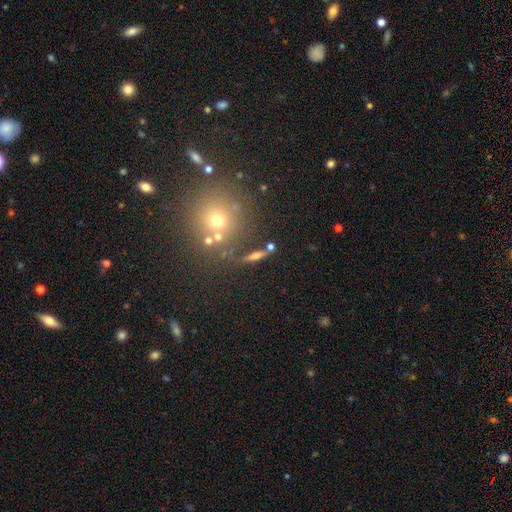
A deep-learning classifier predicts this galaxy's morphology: smooth_or_featured: smooth (p=0.50) [alt: featured or disk p=0.35]
how_rounded: cigar-shaped (p=0.63) [alt: in between p=0.26]
merging: none (p=0.75) [alt: minor disturbance p=0.12]